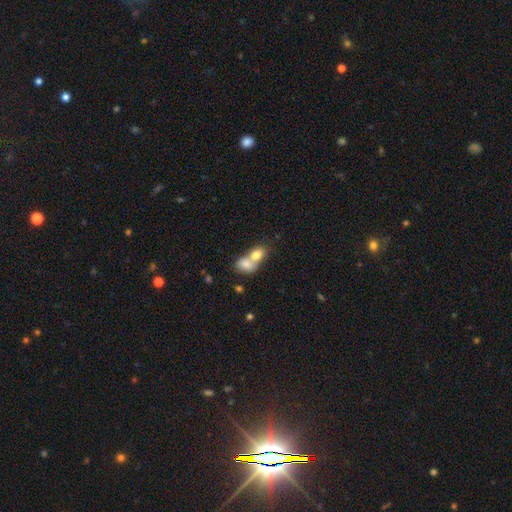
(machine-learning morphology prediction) type=smooth (76%); roundness=in between (65%); merging=merger (75%).